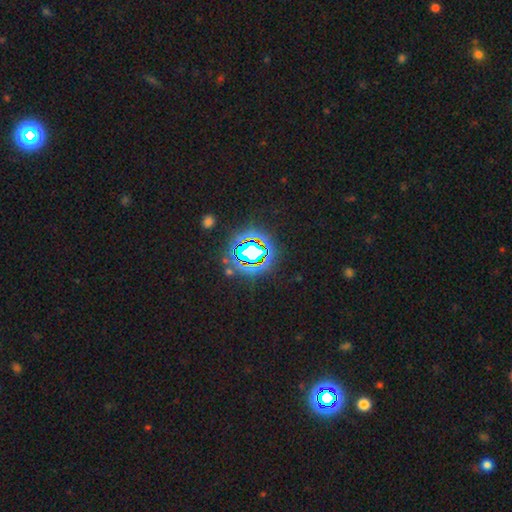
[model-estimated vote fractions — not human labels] Overall: star or artifact (75%).